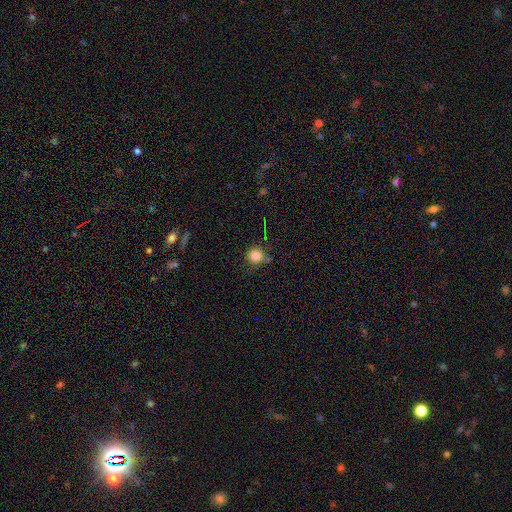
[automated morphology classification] A smooth galaxy with no disk features (83%) that is round (91%). Merging: none (75%).